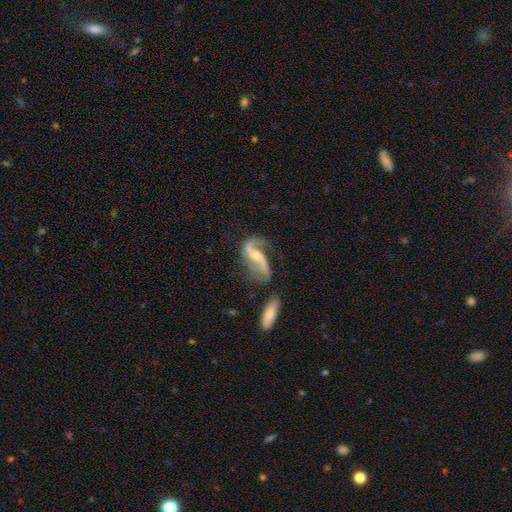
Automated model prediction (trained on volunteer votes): Smooth or featured? featured or disk (86%)
Edge-on disk? no (95%)
Bar? weak (42%)
Spiral arms? yes (95%)
Spiral winding? loose (74%)
Spiral arm count? 2 (90%)
Bulge size? small (47%)
Merging? none (50%)